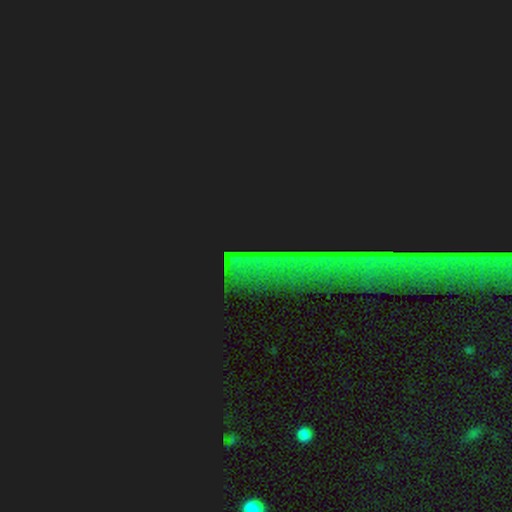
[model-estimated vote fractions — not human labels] Morphology: type=star or artifact (81%).